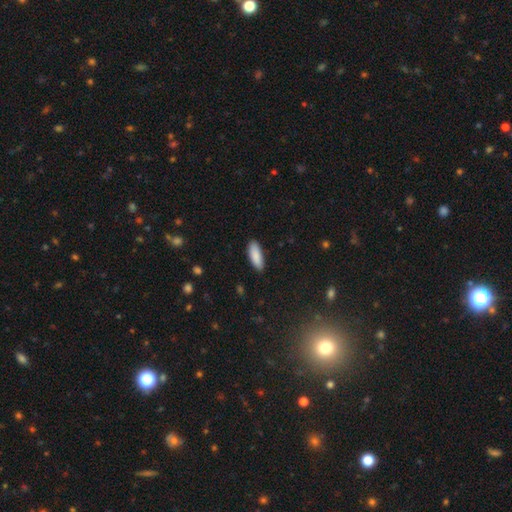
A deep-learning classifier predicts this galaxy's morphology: A smooth galaxy with no disk features (89%) that is in between round and cigar-shaped (70%).

Vote fractions:
- Smooth or featured? smooth: 89% / star or artifact: 6% / featured or disk: 5%
- How rounded? in between: 70% / cigar-shaped: 28% / round: 2%
- Merging? none: 89% / minor disturbance: 8% / major disturbance: 2% / merger: 1%